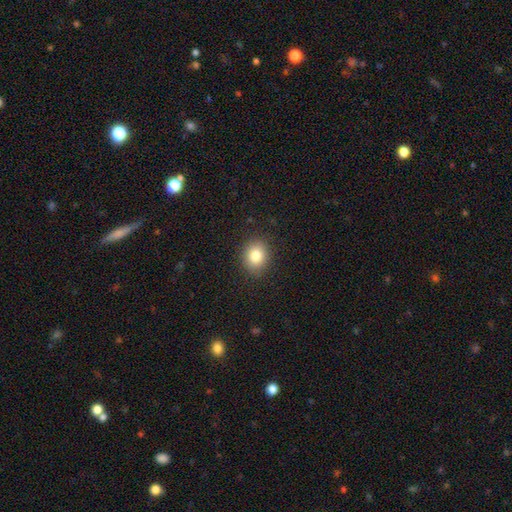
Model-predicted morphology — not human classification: Smooth or featured? smooth (82%)
How rounded? round (59%)
Merging? none (88%)